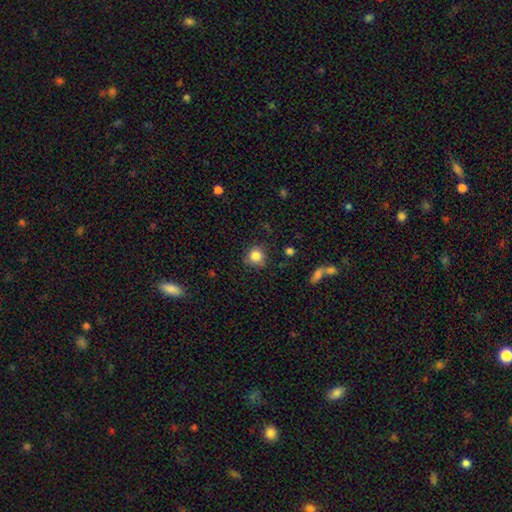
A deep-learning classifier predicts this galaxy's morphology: Smooth or featured: smooth — 84% (star or artifact — 10%)
How rounded: round — 90% (in between — 9%)
Merging: none — 79% (minor disturbance — 15%)